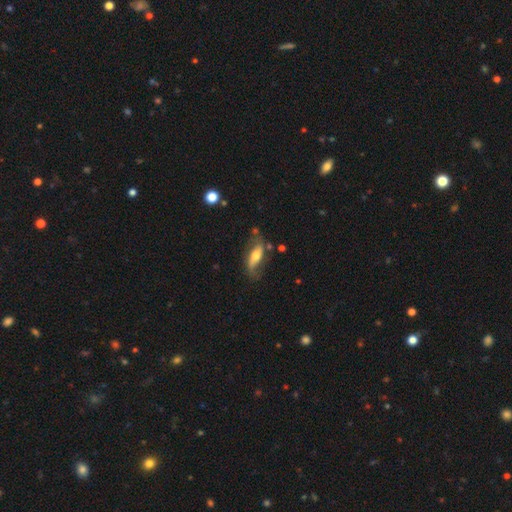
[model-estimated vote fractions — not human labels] Morphology: type=featured or disk (52%); edge-on=no (72%); merging=none (59%).